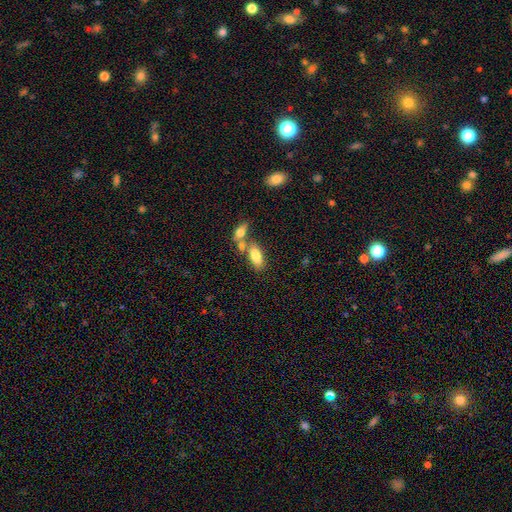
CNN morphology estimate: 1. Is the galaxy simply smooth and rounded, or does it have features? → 79% smooth, 13% featured or disk, 7% star or artifact.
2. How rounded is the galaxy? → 83% in between, 14% cigar-shaped, 3% round.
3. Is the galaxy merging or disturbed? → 47% none, 39% merger, 10% minor disturbance, 4% major disturbance.